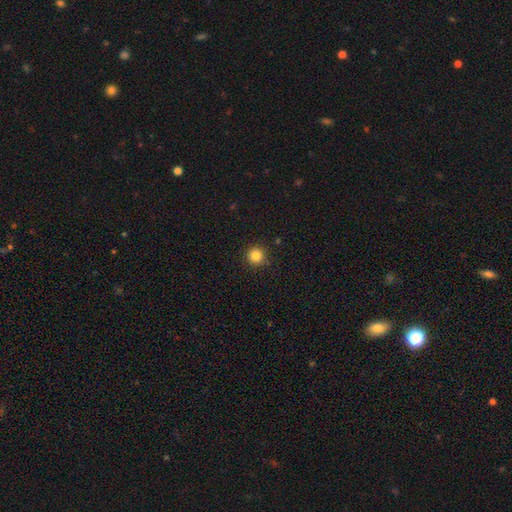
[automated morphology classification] A smooth galaxy with no disk features (83%) that is round (96%). Merging: none (92%).